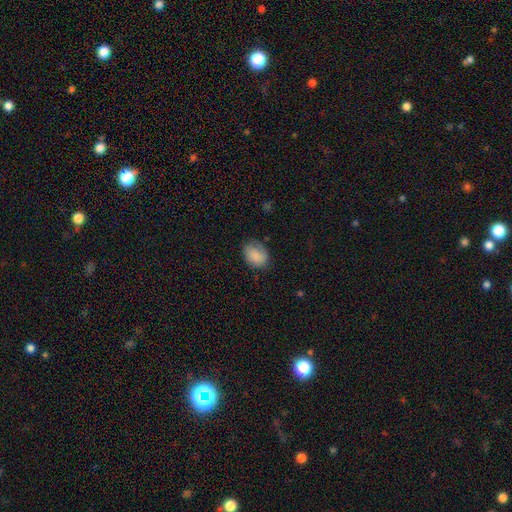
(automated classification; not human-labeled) Smooth or featured? Predicted: smooth (p=0.84). How rounded? Predicted: in between (p=0.75). Merging? Predicted: none (p=0.71).